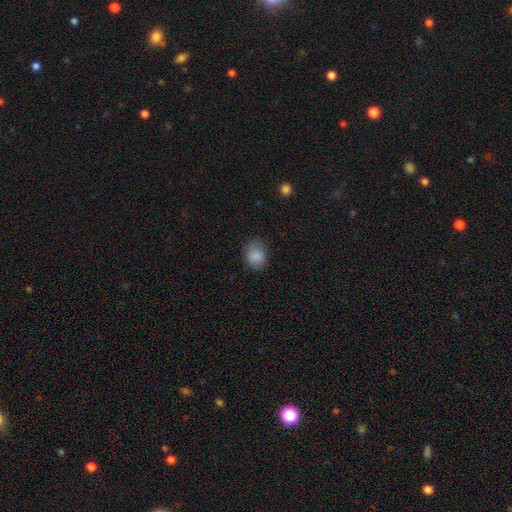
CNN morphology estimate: smooth_or_featured: smooth (p=0.87) [alt: star or artifact p=0.09]
how_rounded: in between (p=0.63) [alt: round p=0.36]
merging: none (p=0.75) [alt: minor disturbance p=0.19]